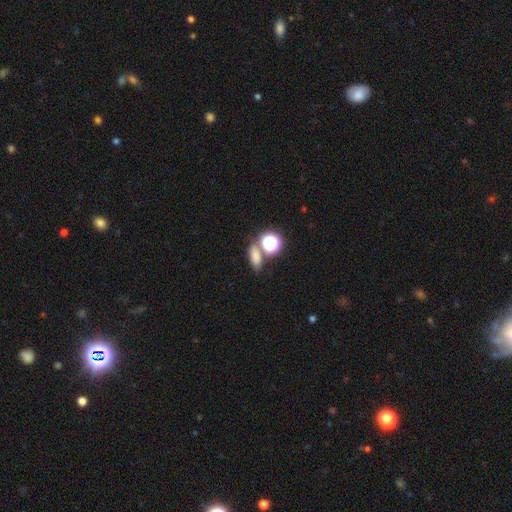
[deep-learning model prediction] Smooth or featured?
  - smooth: 72% *
  - star or artifact: 20%
  - featured or disk: 8%
How rounded?
  - in between: 64% *
  - round: 26%
  - cigar-shaped: 10%
Merging?
  - none: 64% *
  - merger: 20%
  - minor disturbance: 11%
  - major disturbance: 5%